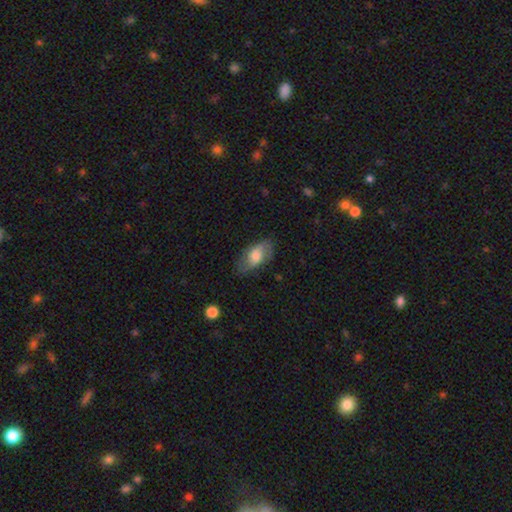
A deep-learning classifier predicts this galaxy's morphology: smooth-or-featured: smooth: 51% | featured or disk: 43% | star or artifact: 7%
  how-rounded: in between: 90% | round: 5% | cigar-shaped: 5%
  merging: none: 73% | minor disturbance: 19% | major disturbance: 7% | merger: 1%